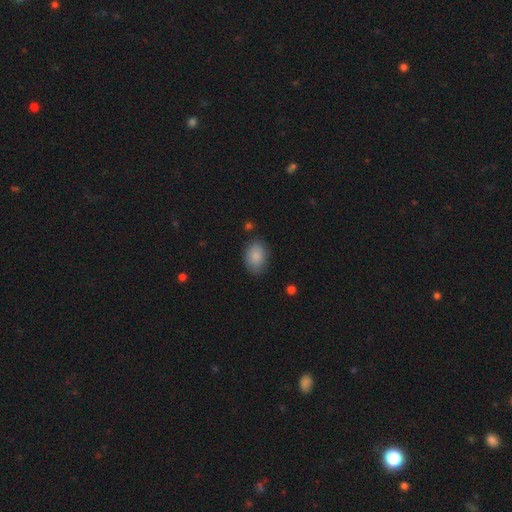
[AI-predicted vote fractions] Smooth or featured: smooth — 87% (star or artifact — 7%)
How rounded: in between — 85% (round — 14%)
Merging: none — 80% (minor disturbance — 15%)